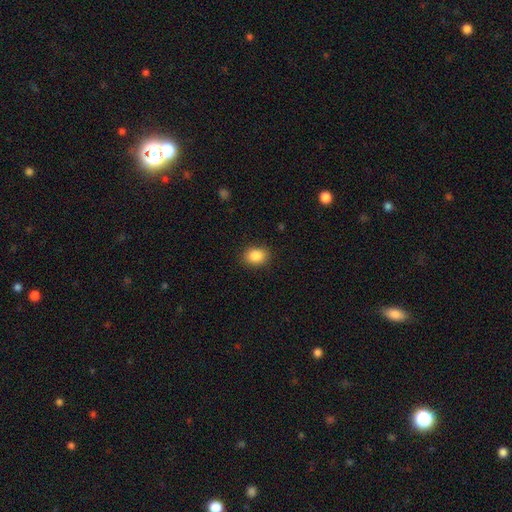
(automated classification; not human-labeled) smooth-or-featured: smooth: 87% | star or artifact: 9% | featured or disk: 4%
  how-rounded: in between: 63% | round: 36% | cigar-shaped: 1%
  merging: none: 88% | minor disturbance: 9% | major disturbance: 2% | merger: 1%